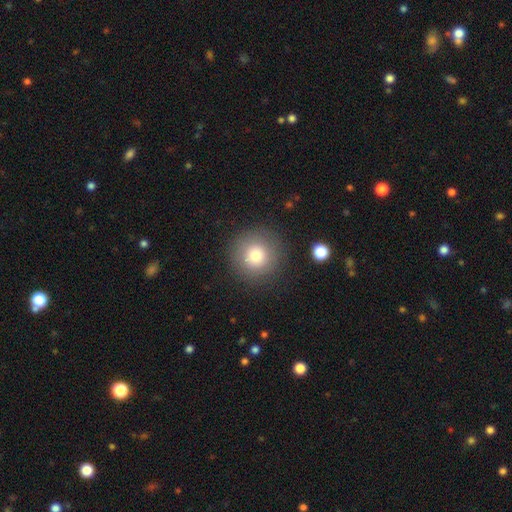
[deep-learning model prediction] A smooth galaxy with no disk features (77%) that is round (96%). Merging: none (88%).